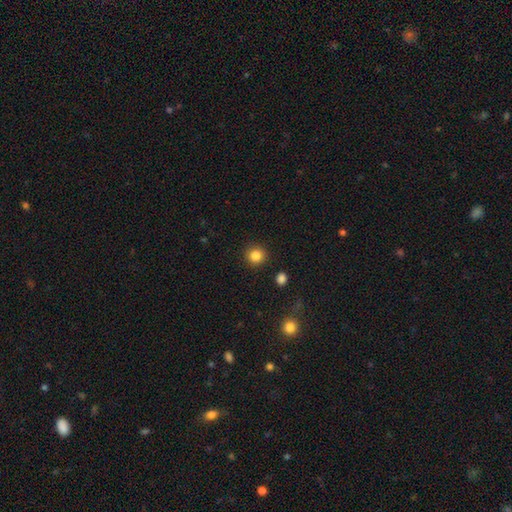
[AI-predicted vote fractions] The model was most divided on "smooth or featured": smooth: 85%, star or artifact: 11%, featured or disk: 4%. More confident: how rounded — round (92%); merging — none (91%).